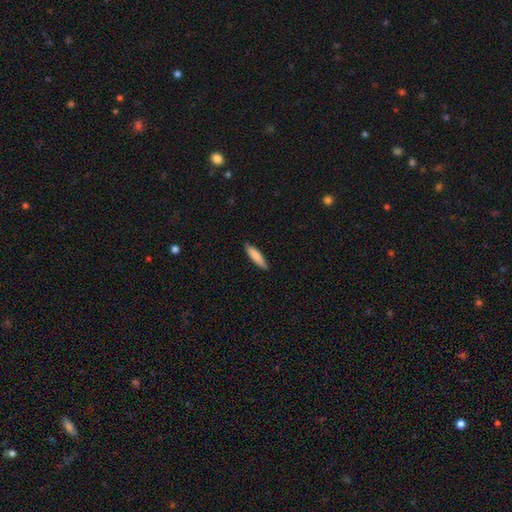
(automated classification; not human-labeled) This appears to be a smooth galaxy with no disk features (83%) that is cigar-shaped (75%). Merging: none (87%).